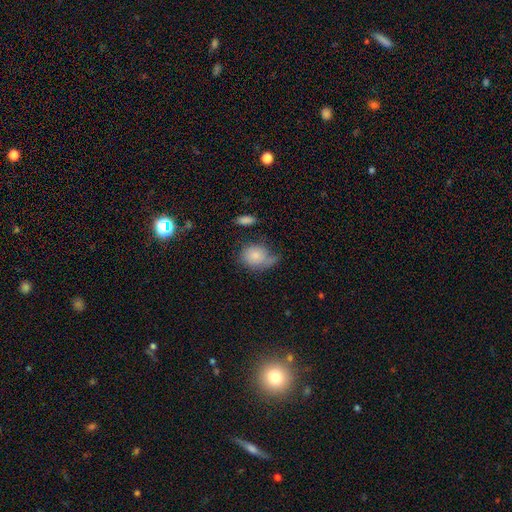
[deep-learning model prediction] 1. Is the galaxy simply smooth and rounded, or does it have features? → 76% smooth, 15% featured or disk, 9% star or artifact.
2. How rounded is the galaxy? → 57% round, 42% in between, 1% cigar-shaped.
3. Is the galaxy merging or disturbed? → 42% none, 32% minor disturbance, 17% major disturbance, 9% merger.